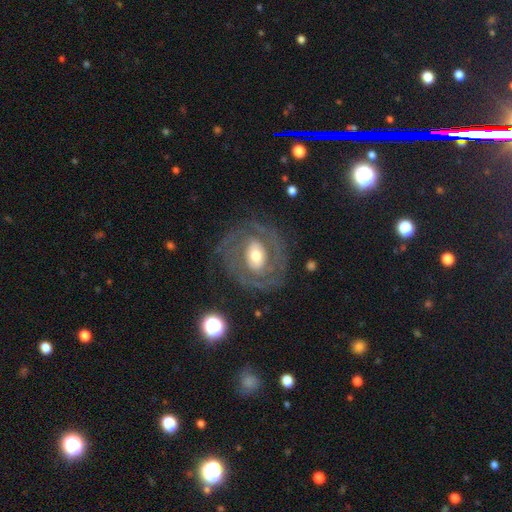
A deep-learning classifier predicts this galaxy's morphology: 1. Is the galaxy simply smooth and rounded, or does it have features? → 81% featured or disk, 13% smooth, 6% star or artifact.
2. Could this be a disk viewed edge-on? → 97% no, 3% yes.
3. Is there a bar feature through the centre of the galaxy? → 54% no, 31% weak, 15% strong.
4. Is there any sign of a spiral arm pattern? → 81% yes, 19% no.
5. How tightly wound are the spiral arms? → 59% tight, 30% medium, 11% loose.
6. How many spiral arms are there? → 44% 2, 28% can't tell, 12% 3, 6% 1, 5% 4, 5% more than 4.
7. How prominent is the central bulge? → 62% moderate, 18% large, 17% small, 2% dominant, 1% none.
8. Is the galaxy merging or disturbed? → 74% none, 14% minor disturbance, 10% major disturbance, 2% merger.